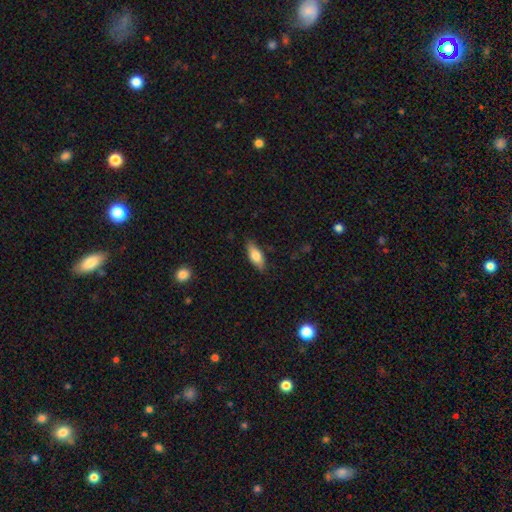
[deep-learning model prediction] Overall: smooth (75%). How rounded: in between (74%). Merging: none (81%).